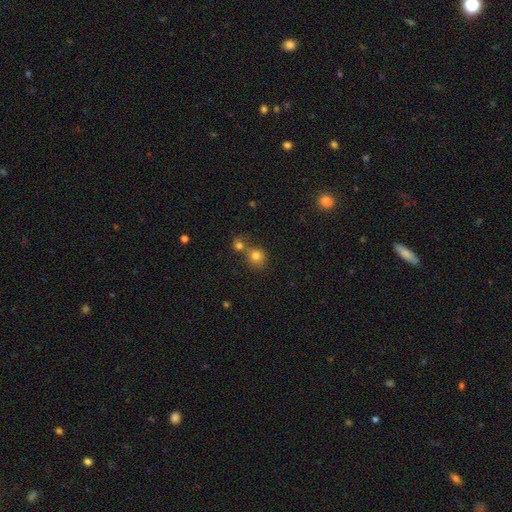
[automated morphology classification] This is likely a smooth galaxy (78%). How rounded: clearly round (85%). Merging: possibly none (54%).